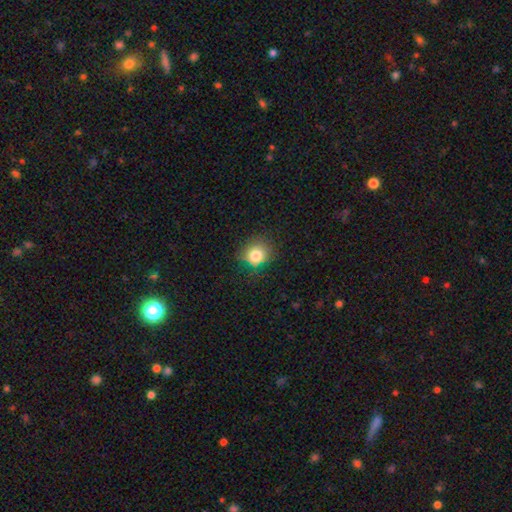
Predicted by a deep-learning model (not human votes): Morphology: type=smooth (80%); roundness=round (78%); merging=none (74%).